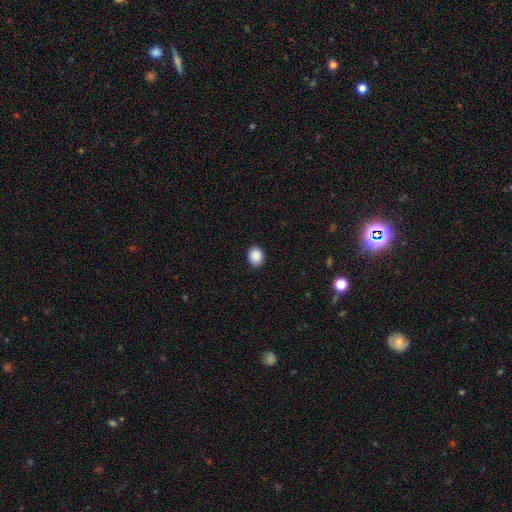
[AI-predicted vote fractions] Overall: smooth (90%). How rounded: round (63%; in between 37%). Merging: none (89%).